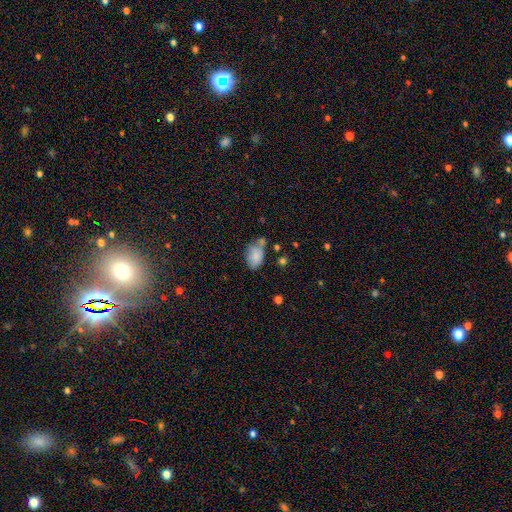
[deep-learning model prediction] smooth_or_featured: smooth (p=0.80) [alt: featured or disk p=0.11]
how_rounded: in between (p=0.89) [alt: round p=0.09]
merging: none (p=0.45) [alt: minor disturbance p=0.28]